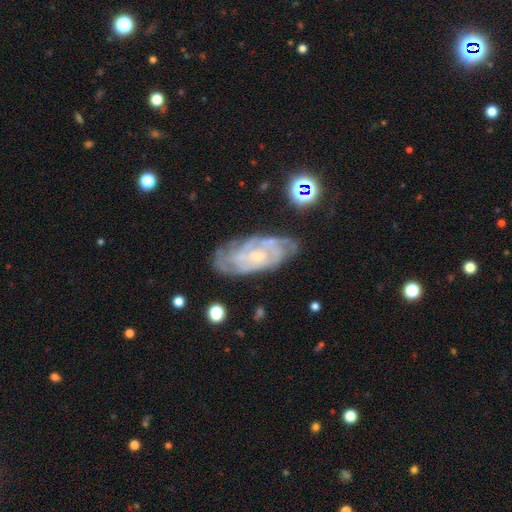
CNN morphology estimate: A featured or disk galaxy (79%) with no bar (65%), tight (64%) spiral arms (91%) and a small central bulge (66%). Merging: none (70%).